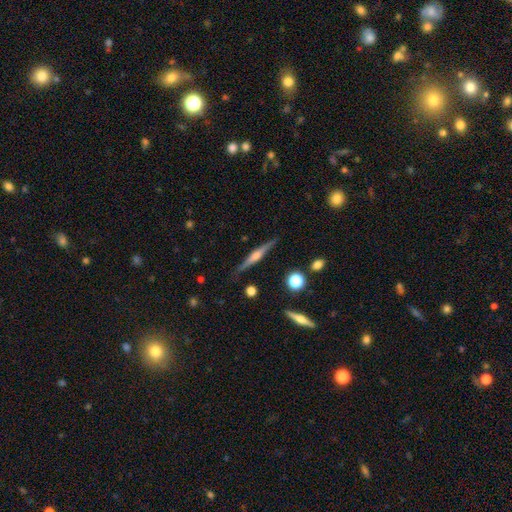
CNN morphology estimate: A featured or disk galaxy (74%) viewed edge-on (98%) with a rounded central bulge (80%).

Vote fractions:
- Smooth or featured? featured or disk: 74% / smooth: 20% / star or artifact: 7%
- Edge-on disk? yes: 98% / no: 2%
- Edge-on bulge? rounded: 80% / boxy: 14% / none: 6%
- Merging? none: 87% / minor disturbance: 9% / major disturbance: 2% / merger: 2%